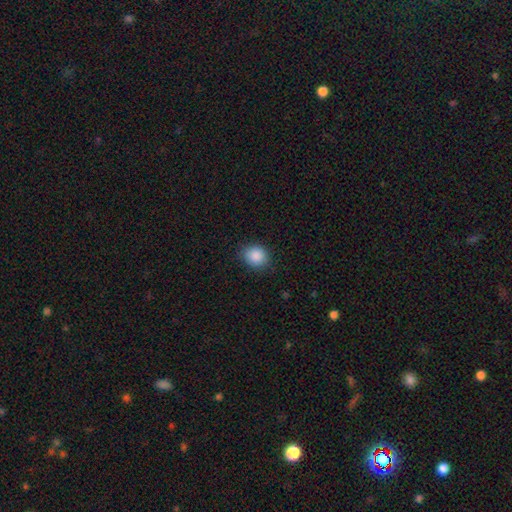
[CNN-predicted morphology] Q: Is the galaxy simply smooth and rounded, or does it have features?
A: smooth — 88%.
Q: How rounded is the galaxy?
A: round — 71%.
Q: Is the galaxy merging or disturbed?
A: none — 84%.